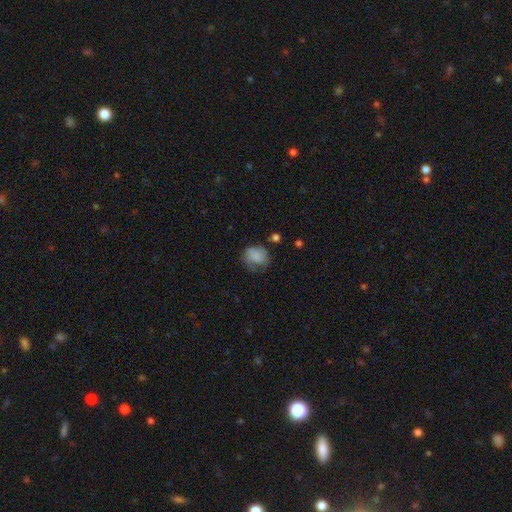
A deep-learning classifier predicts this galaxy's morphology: Overall: smooth (78%). How rounded: round (64%; in between 35%). Merging: none (47%; minor disturbance 31%).